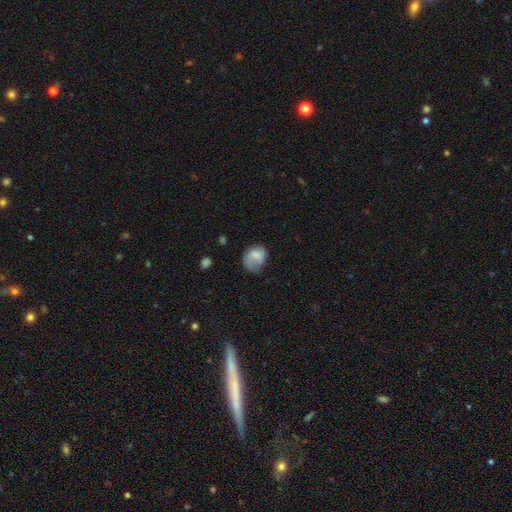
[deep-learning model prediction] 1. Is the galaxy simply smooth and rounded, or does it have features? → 73% smooth, 19% featured or disk, 9% star or artifact.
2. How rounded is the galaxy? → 53% in between, 47% round, 1% cigar-shaped.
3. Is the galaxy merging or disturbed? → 43% none, 35% minor disturbance, 20% major disturbance, 3% merger.